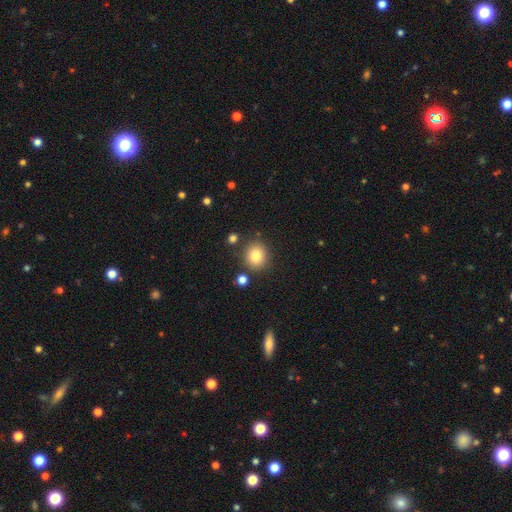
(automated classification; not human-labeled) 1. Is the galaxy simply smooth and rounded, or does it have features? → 82% smooth, 10% star or artifact, 7% featured or disk.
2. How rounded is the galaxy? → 81% round, 18% in between, 1% cigar-shaped.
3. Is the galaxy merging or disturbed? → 82% none, 9% minor disturbance, 6% merger, 3% major disturbance.